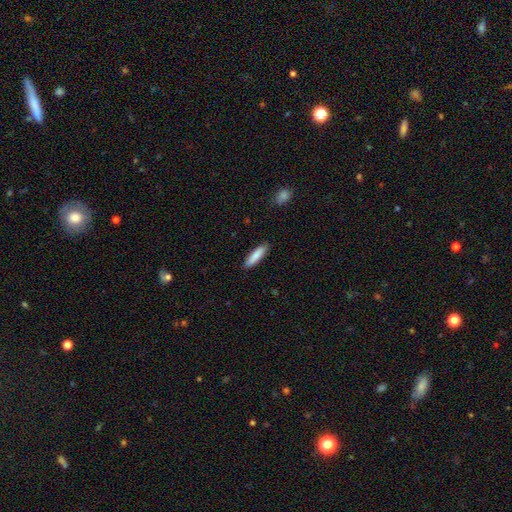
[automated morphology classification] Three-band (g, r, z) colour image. It shows a smooth galaxy with no disk features (84%) that is cigar-shaped (74%). Merging: none (89%).